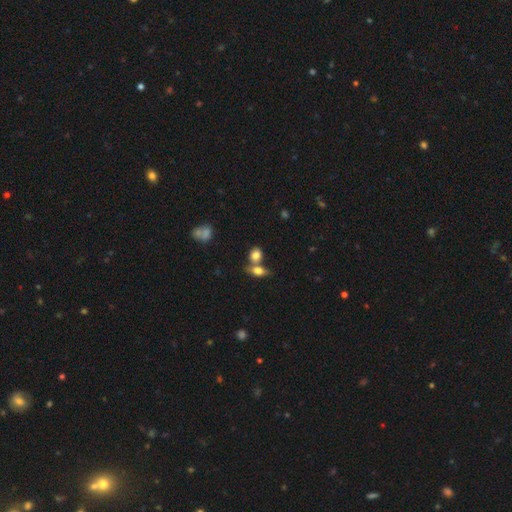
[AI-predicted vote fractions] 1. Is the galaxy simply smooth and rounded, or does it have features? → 78% smooth, 12% featured or disk, 10% star or artifact.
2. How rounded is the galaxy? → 49% round, 47% in between, 4% cigar-shaped.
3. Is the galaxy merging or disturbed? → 46% none, 40% merger, 10% minor disturbance, 4% major disturbance.